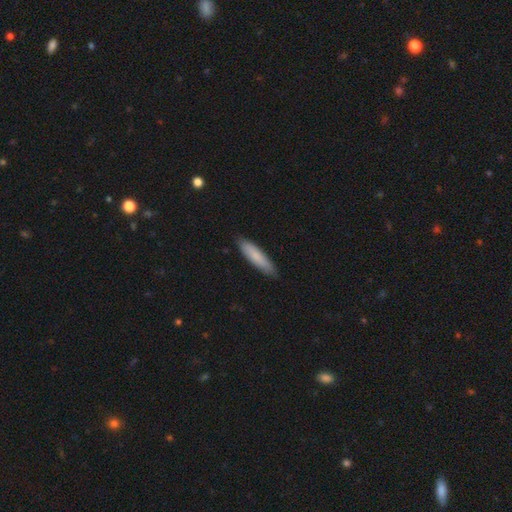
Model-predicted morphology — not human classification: Smooth or featured?
  - smooth: 80% *
  - featured or disk: 15%
  - star or artifact: 5%
How rounded?
  - cigar-shaped: 77% *
  - in between: 22%
  - round: 1%
Merging?
  - none: 86% *
  - minor disturbance: 12%
  - major disturbance: 2%
  - merger: 1%